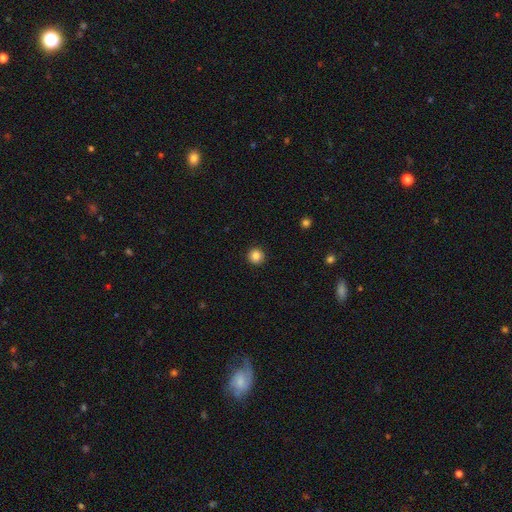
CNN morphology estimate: Smooth or featured? smooth (86%)
How rounded? round (96%)
Merging? none (93%)